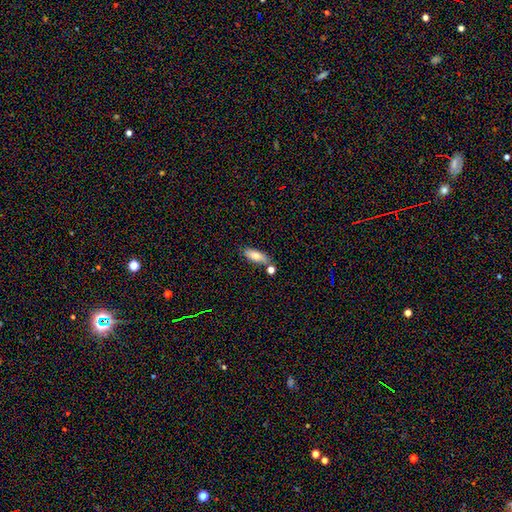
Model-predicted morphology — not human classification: smooth-or-featured: smooth: 78% | featured or disk: 15% | star or artifact: 7%
  how-rounded: in between: 74% | cigar-shaped: 23% | round: 3%
  merging: none: 67% | minor disturbance: 15% | merger: 14% | major disturbance: 4%